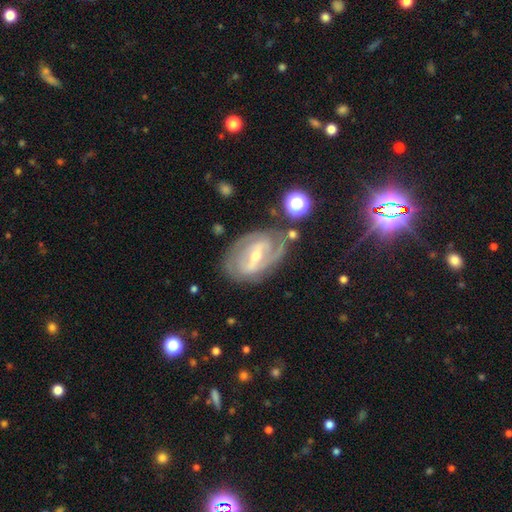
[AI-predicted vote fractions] This appears to be a featured or disk galaxy (85%) with a strong bar (52%), 2 (59%) tight (58%) spiral arms (92%) and a small central bulge (49%). Merging: none (68%).